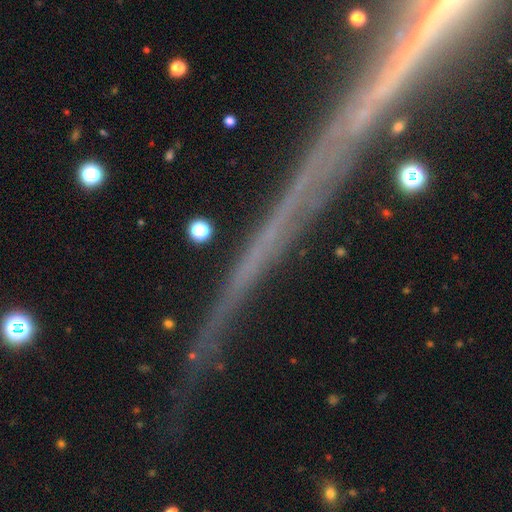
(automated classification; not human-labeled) Smooth or featured? Predicted: featured or disk (p=0.42). Merging? Predicted: none (p=0.79).